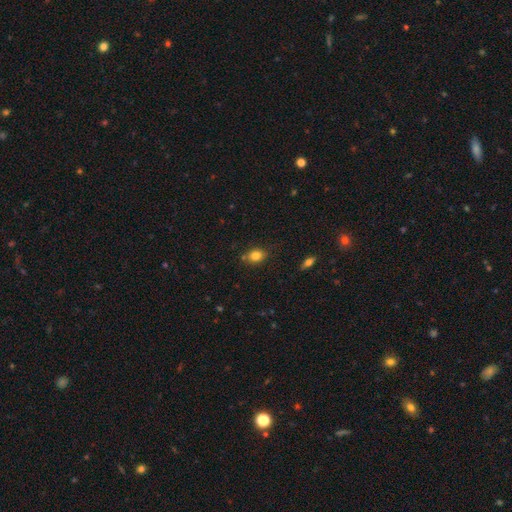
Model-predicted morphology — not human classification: smooth-or-featured: smooth: 81% | star or artifact: 11% | featured or disk: 8%
  how-rounded: in between: 58% | round: 41% | cigar-shaped: 2%
  merging: none: 76% | minor disturbance: 16% | merger: 5% | major disturbance: 3%